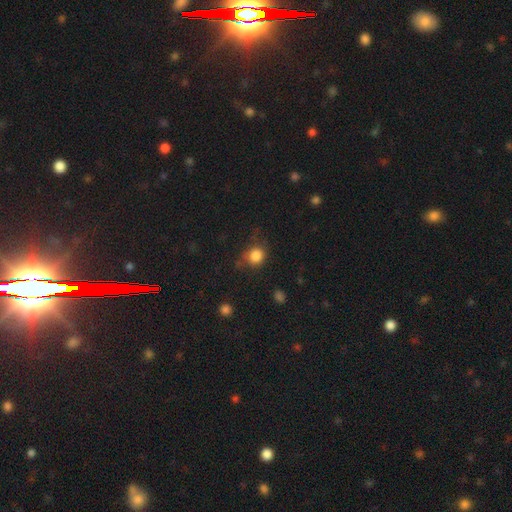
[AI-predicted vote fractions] Overall: smooth (84%). How rounded: round (81%). Merging: none (67%).